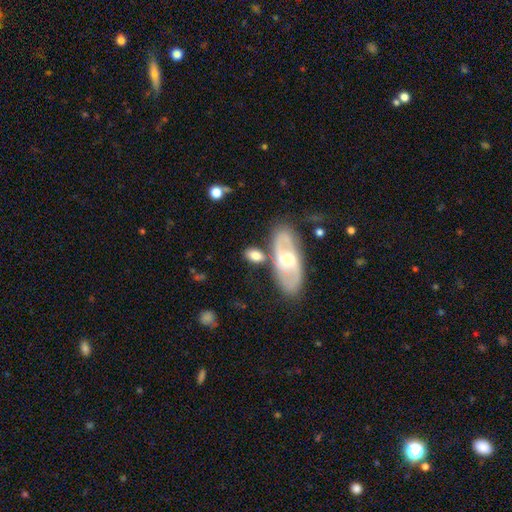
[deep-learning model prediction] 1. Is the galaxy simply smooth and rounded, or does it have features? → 56% smooth, 37% featured or disk, 7% star or artifact.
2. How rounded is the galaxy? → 80% in between, 13% round, 7% cigar-shaped.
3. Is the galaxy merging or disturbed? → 63% none, 16% minor disturbance, 16% merger, 5% major disturbance.